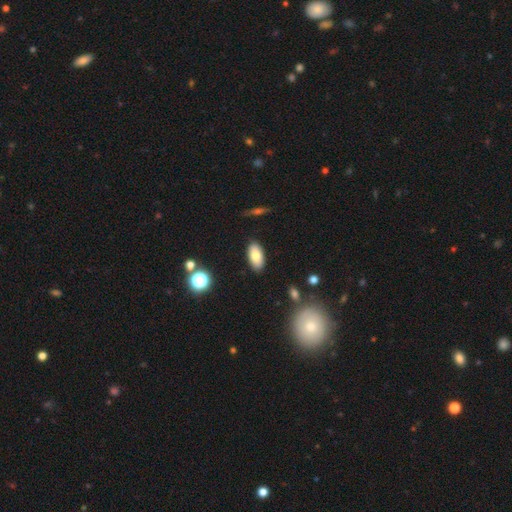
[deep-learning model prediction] This is likely a smooth galaxy (78%). How rounded: clearly in between (92%). Merging: clearly none (87%).